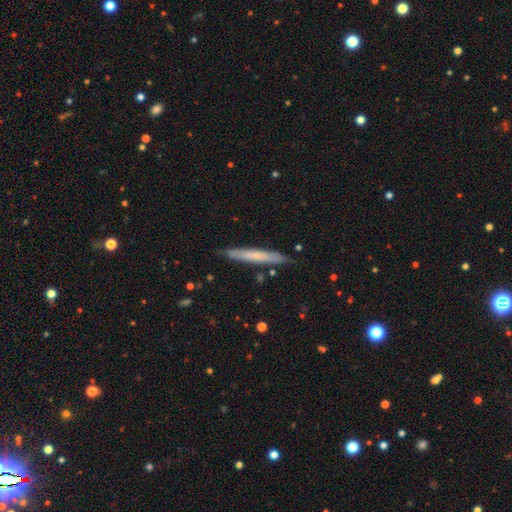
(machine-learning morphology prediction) type=smooth (56%); roundness=cigar-shaped (96%); merging=none (87%).